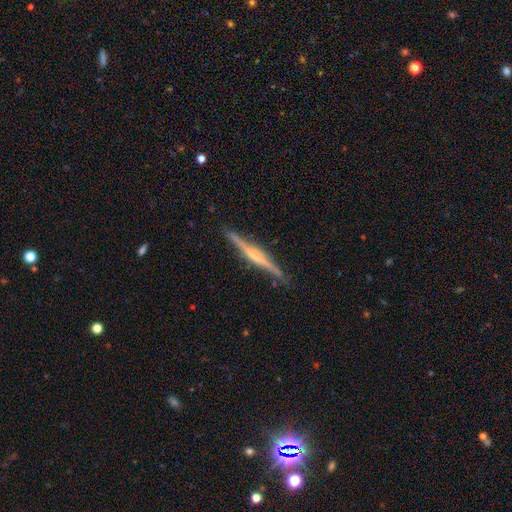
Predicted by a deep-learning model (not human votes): Q: Smooth or featured?
A: featured or disk (77%); runner-up: smooth (17%)
Q: Edge-on disk?
A: yes (98%); runner-up: no (2%)
Q: Edge-on bulge?
A: rounded (56%); runner-up: boxy (22%)
Q: Merging?
A: none (88%); runner-up: minor disturbance (9%)